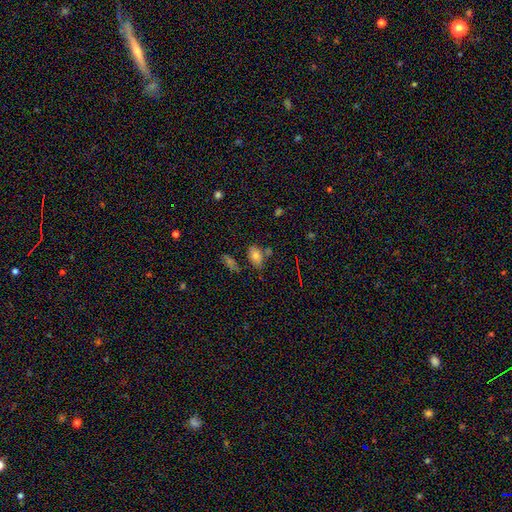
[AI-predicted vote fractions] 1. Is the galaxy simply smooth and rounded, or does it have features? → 75% smooth, 13% star or artifact, 12% featured or disk.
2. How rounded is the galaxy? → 84% in between, 13% round, 3% cigar-shaped.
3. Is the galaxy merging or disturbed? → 65% none, 18% minor disturbance, 12% merger, 5% major disturbance.